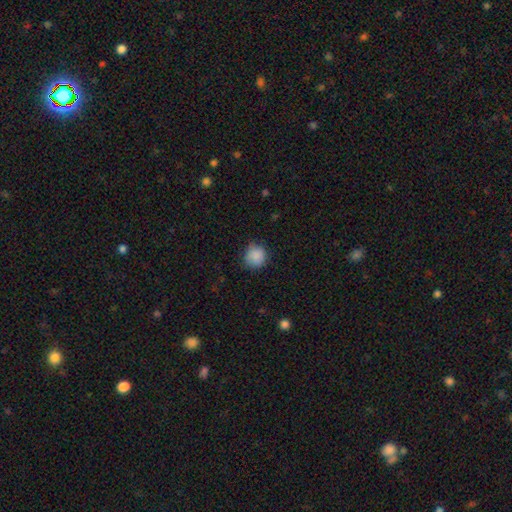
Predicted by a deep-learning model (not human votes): smooth_or_featured: smooth (p=0.88) [alt: star or artifact p=0.08]
how_rounded: round (p=0.88) [alt: in between p=0.11]
merging: none (p=0.79) [alt: minor disturbance p=0.16]